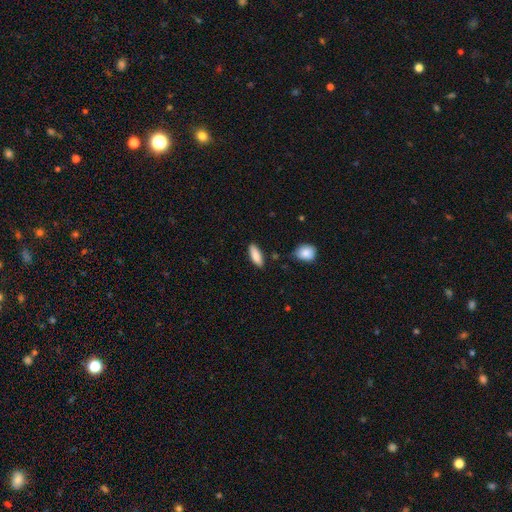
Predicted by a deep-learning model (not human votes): This is clearly a smooth galaxy (87%). How rounded: likely in between (68%). Merging: clearly none (83%).